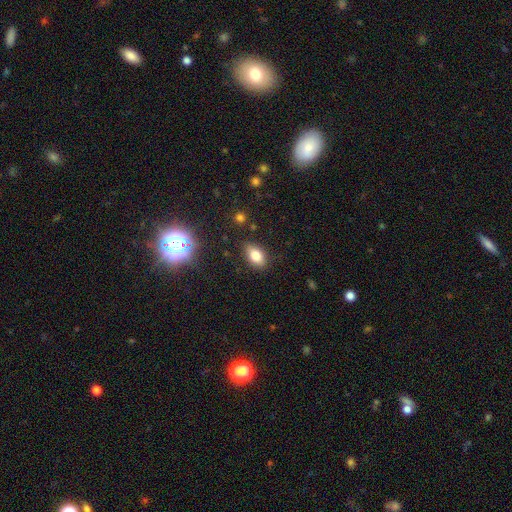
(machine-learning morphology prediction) Smooth or featured?
  - smooth: 79% *
  - star or artifact: 11%
  - featured or disk: 9%
How rounded?
  - in between: 87% *
  - round: 10%
  - cigar-shaped: 3%
Merging?
  - none: 82% *
  - minor disturbance: 13%
  - major disturbance: 3%
  - merger: 2%